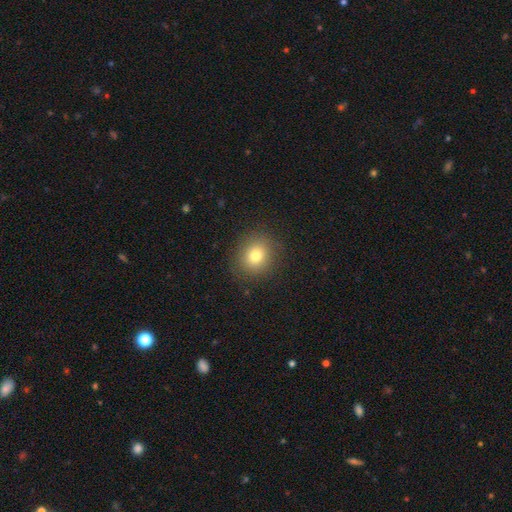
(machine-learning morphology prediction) Overall: smooth (77%). How rounded: round (81%). Merging: none (87%).